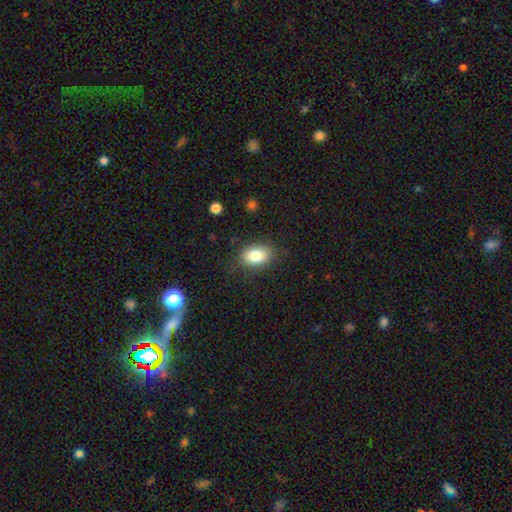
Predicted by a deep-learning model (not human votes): Q: Smooth or featured?
A: smooth (82%); runner-up: featured or disk (9%)
Q: How rounded?
A: in between (83%); runner-up: round (15%)
Q: Merging?
A: none (82%); runner-up: minor disturbance (13%)